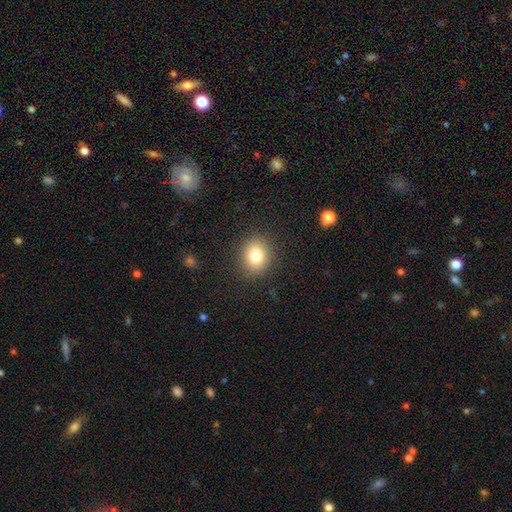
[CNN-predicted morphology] The model was most divided on "how rounded": round: 63%, in between: 36%, cigar-shaped: 1%. More confident: merging — none (88%); smooth or featured — smooth (80%).